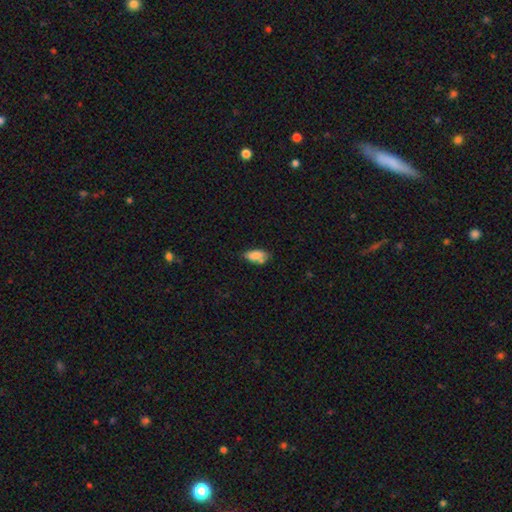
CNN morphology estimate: Overall: smooth (81%). How rounded: in between (87%). Merging: none (54%; minor disturbance 26%).